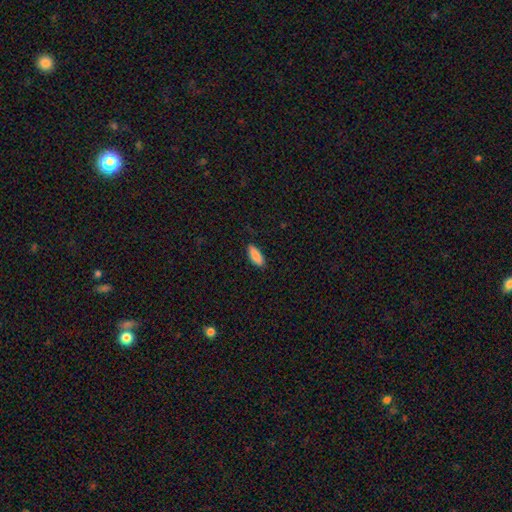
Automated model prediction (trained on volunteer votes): Q: Smooth or featured?
A: smooth (88%); runner-up: star or artifact (6%)
Q: How rounded?
A: in between (68%); runner-up: cigar-shaped (30%)
Q: Merging?
A: none (86%); runner-up: minor disturbance (11%)